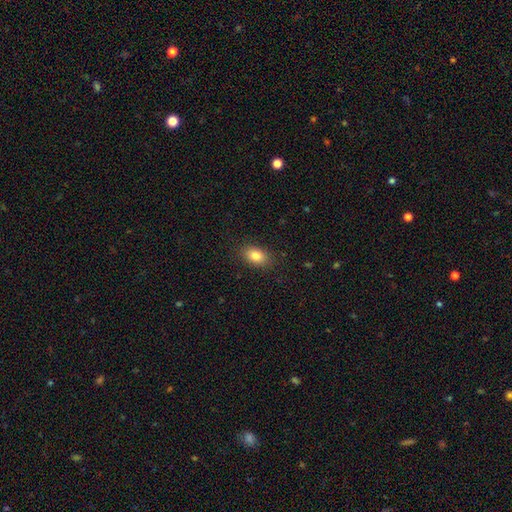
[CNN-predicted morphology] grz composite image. It shows a smooth galaxy with no disk features (84%) that is in between round and cigar-shaped (84%). Merging: none (87%).